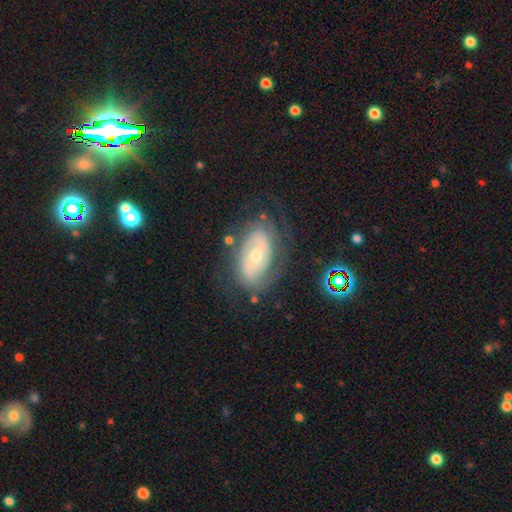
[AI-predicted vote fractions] Overall: featured or disk (74%). Edge-on disk: no (94%). Bar: no (59%; weak 29%). Spiral arms: yes (79%). Spiral arm count: 2 (53%; can't tell 33%). Spiral winding: tight (51%; medium 33%). Bulge size: small (49%; moderate 46%). Merging: none (67%).